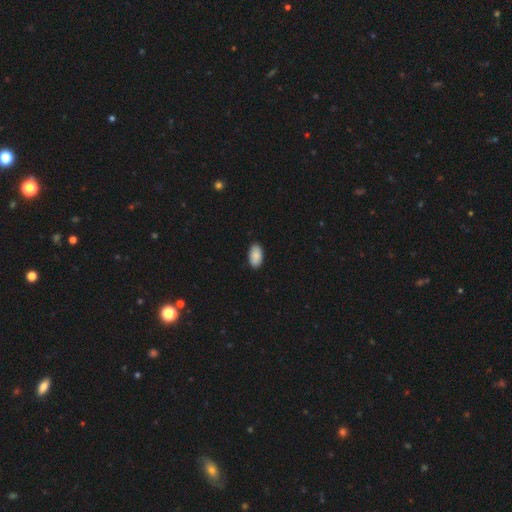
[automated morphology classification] type=smooth (89%); roundness=in between (95%); merging=none (88%).